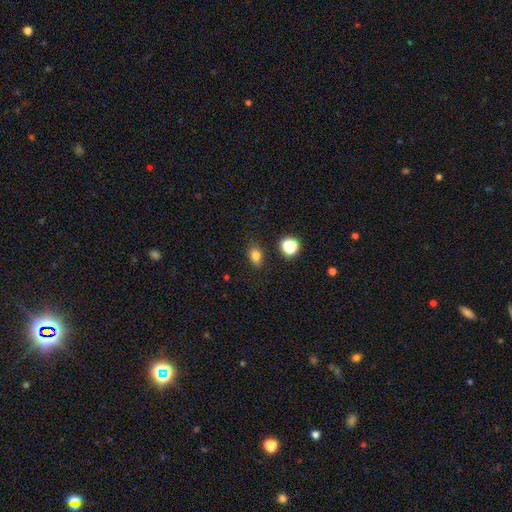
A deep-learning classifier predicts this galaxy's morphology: smooth-or-featured: smooth: 80% | star or artifact: 13% | featured or disk: 7%
  how-rounded: in between: 68% | round: 31% | cigar-shaped: 2%
  merging: none: 85% | minor disturbance: 10% | merger: 3% | major disturbance: 3%